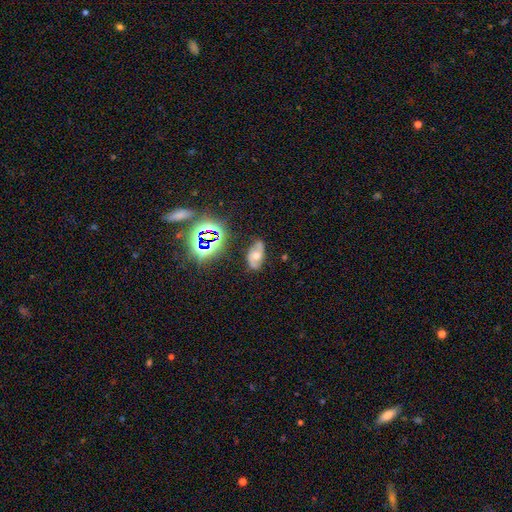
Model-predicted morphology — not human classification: featured or disk 54%, star or artifact 24%, smooth 21%. Down the decision tree: edge-on disk — no (93%); bar — no (65%); spiral arms — yes (78%); bulge size — moderate (66%); merging — none (72%).